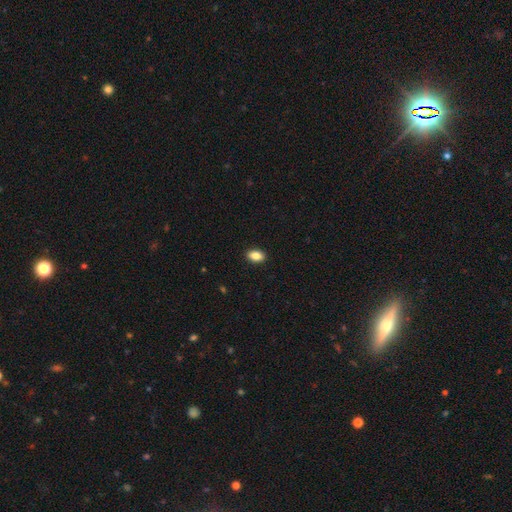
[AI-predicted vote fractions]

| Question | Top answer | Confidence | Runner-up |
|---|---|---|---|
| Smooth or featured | smooth | 86% | star or artifact (8%) |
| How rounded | in between | 89% | round (9%) |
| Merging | none | 91% | minor disturbance (7%) |